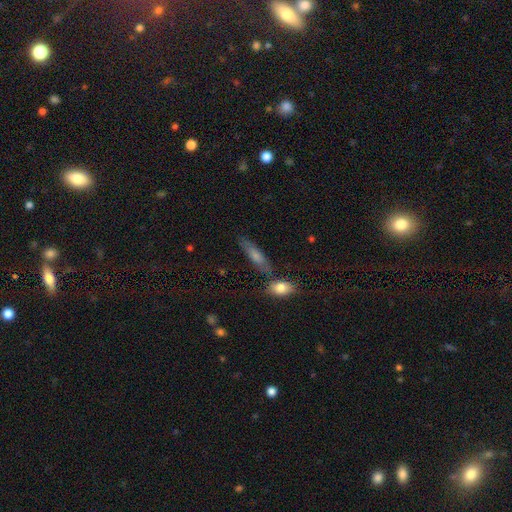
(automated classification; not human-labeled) smooth 58%, featured or disk 31%, star or artifact 11%. Down the decision tree: how rounded — cigar-shaped (68%); merging — none (74%).